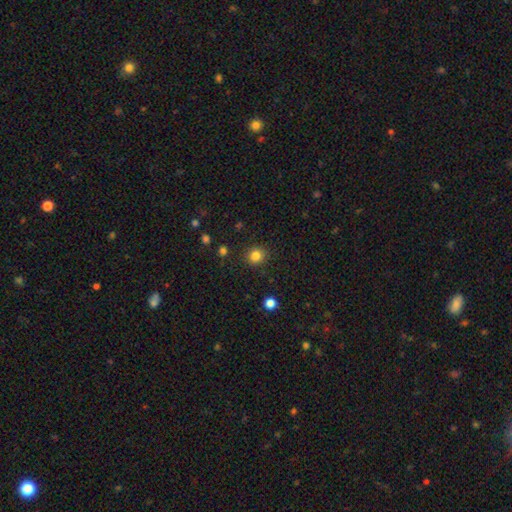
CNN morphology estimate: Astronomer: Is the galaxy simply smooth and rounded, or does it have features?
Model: smooth — 83%.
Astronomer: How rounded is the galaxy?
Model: round — 86%.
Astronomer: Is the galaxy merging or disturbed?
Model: none — 90%.